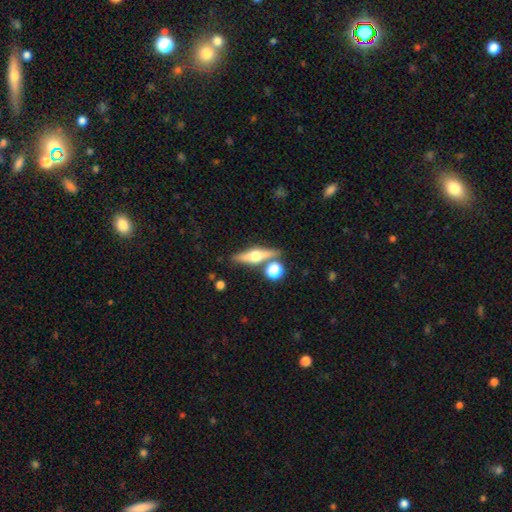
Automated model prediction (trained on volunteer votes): A featured or disk galaxy (61%) viewed edge-on (94%) with a rounded central bulge (95%).

Vote fractions:
- Smooth or featured? featured or disk: 61% / smooth: 31% / star or artifact: 8%
- Edge-on disk? yes: 94% / no: 6%
- Edge-on bulge? rounded: 95% / boxy: 3% / none: 2%
- Merging? none: 78% / merger: 10% / minor disturbance: 9% / major disturbance: 3%